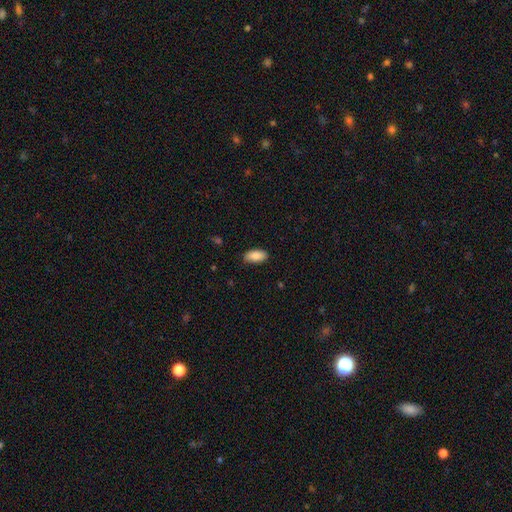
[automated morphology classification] smooth_or_featured: smooth (p=0.88) [alt: star or artifact p=0.06]
how_rounded: in between (p=0.91) [alt: cigar-shaped p=0.07]
merging: none (p=0.86) [alt: minor disturbance p=0.11]